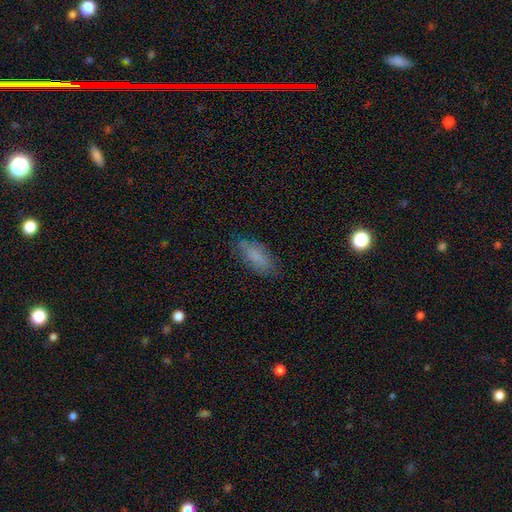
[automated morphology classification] Overall: smooth (78%). How rounded: in between (78%). Merging: none (75%).